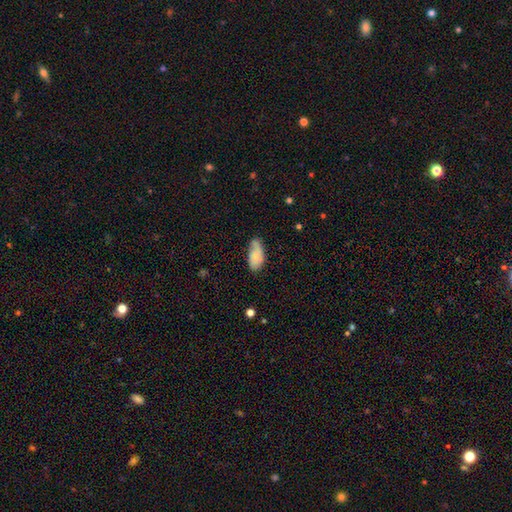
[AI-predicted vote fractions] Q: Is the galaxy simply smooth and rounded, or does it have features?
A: smooth — 76%.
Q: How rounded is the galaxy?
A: in between — 92%.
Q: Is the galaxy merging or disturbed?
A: none — 55%.